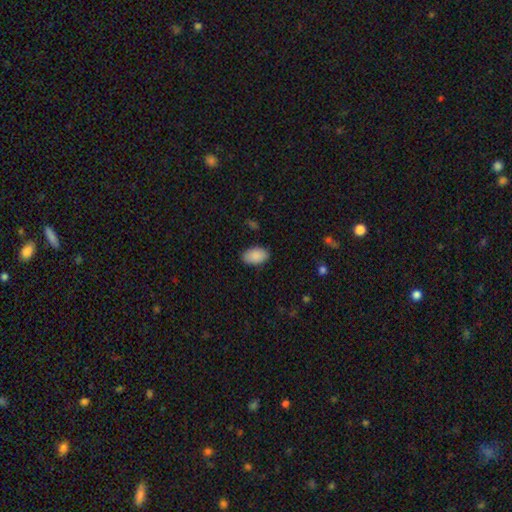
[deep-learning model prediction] smooth_or_featured: smooth (p=0.90) [alt: star or artifact p=0.07]
how_rounded: in between (p=0.93) [alt: round p=0.06]
merging: none (p=0.87) [alt: minor disturbance p=0.10]